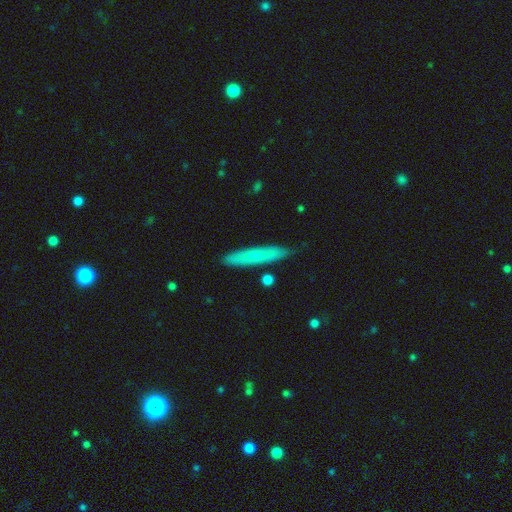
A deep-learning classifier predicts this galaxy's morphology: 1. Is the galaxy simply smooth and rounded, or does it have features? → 65% smooth, 29% featured or disk, 6% star or artifact.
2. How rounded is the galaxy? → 89% cigar-shaped, 9% in between, 2% round.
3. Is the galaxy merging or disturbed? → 83% none, 12% minor disturbance, 2% merger, 2% major disturbance.